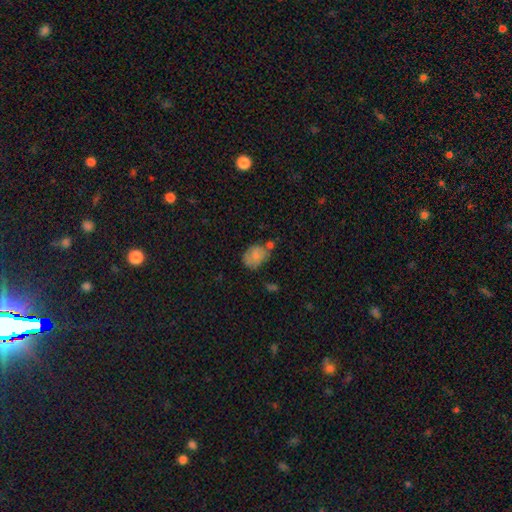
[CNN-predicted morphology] Smooth or featured?
  - smooth: 75% *
  - featured or disk: 16%
  - star or artifact: 9%
How rounded?
  - in between: 60% *
  - round: 39%
  - cigar-shaped: 1%
Merging?
  - none: 48% *
  - minor disturbance: 28%
  - merger: 14%
  - major disturbance: 10%